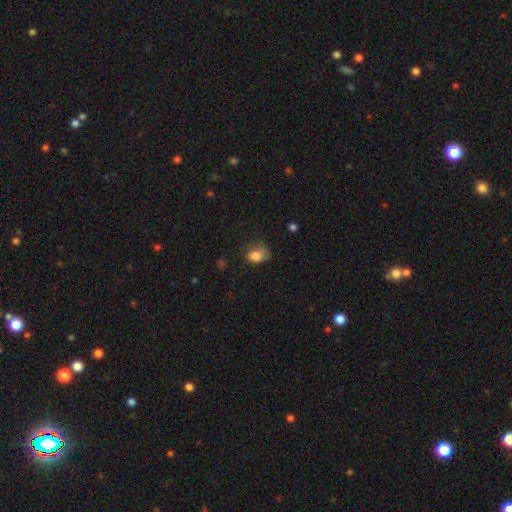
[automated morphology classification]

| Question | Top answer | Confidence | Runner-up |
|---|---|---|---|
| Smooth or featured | smooth | 82% | star or artifact (10%) |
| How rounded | in between | 54% | round (45%) |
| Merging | none | 41% | minor disturbance (36%) |